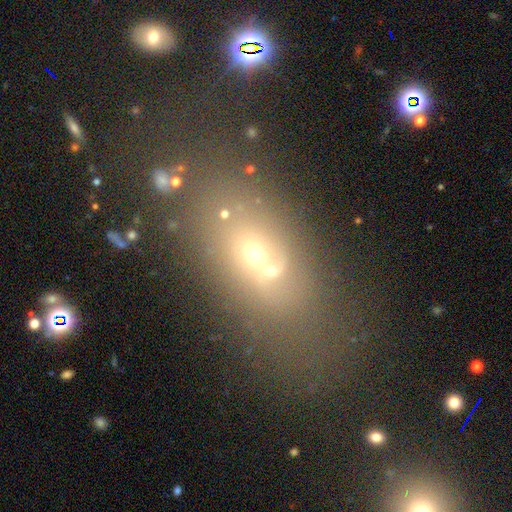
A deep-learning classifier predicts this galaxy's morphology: Smooth or featured: smooth — 51% (featured or disk — 26%)
How rounded: in between — 76% (round — 18%)
Merging: none — 46% (merger — 26%)